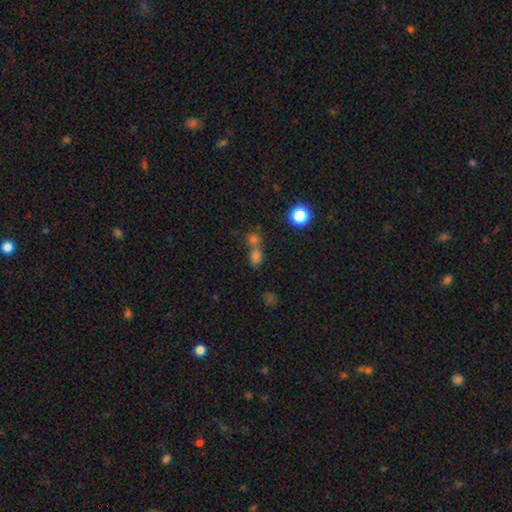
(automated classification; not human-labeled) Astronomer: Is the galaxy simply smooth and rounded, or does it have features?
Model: smooth — 70%.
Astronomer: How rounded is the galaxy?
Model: round — 53% (runner-up: in between, 44%).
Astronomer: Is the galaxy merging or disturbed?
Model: merger — 52% (runner-up: none, 36%).